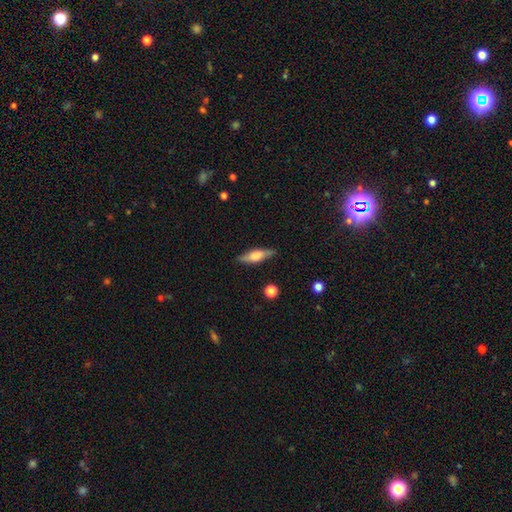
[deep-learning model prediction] smooth 49%, featured or disk 44%, star or artifact 7%. Down the decision tree: merging — none (84%).